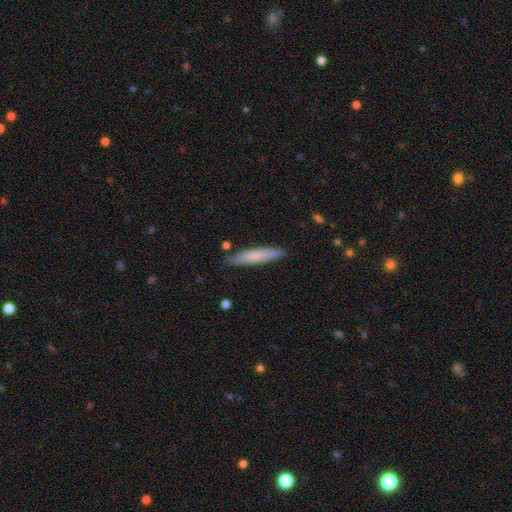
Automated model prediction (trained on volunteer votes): Morphology: type=smooth (71%); roundness=cigar-shaped (90%); merging=none (86%).